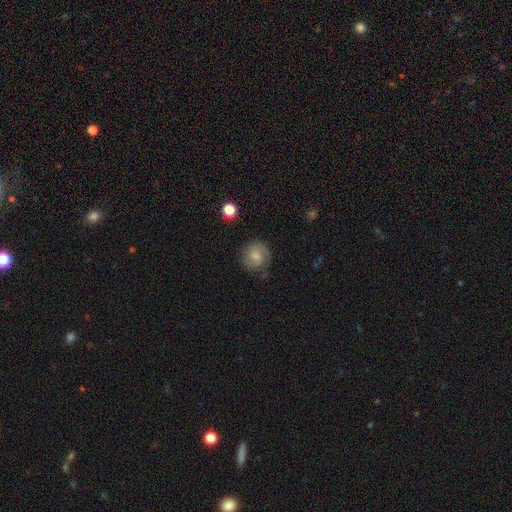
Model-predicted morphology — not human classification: This appears to be a smooth galaxy with no disk features (61%) that is round (89%). Merging: none (76%).